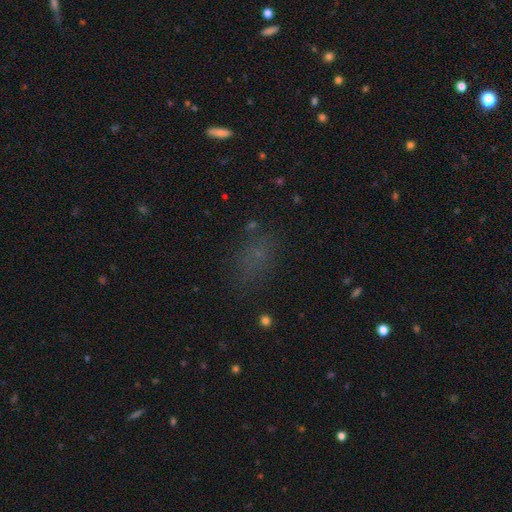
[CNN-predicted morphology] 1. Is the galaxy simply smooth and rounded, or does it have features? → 56% smooth, 34% star or artifact, 11% featured or disk.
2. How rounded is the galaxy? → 72% in between, 24% round, 4% cigar-shaped.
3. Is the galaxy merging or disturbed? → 71% none, 17% minor disturbance, 9% major disturbance, 3% merger.